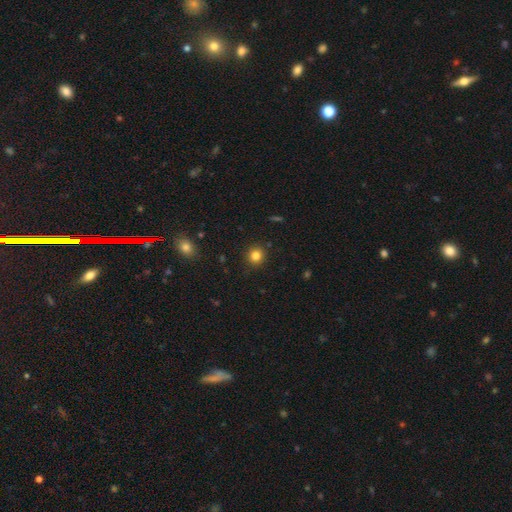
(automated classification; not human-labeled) Overall: smooth (82%). How rounded: round (88%). Merging: none (90%).